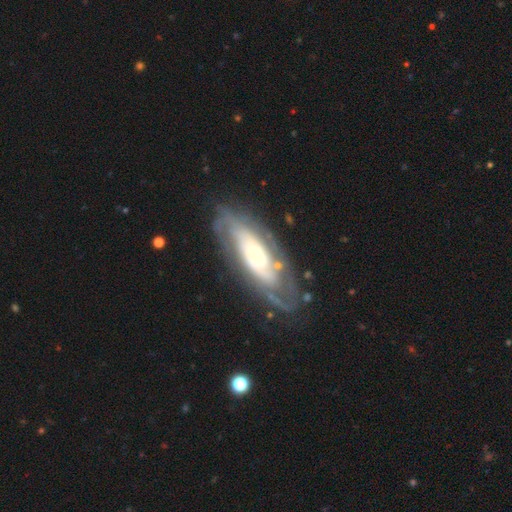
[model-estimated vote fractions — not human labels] Smooth or featured? featured or disk (78%)
Edge-on disk? no (88%)
Bar? no (74%)
Spiral arms? yes (85%)
Spiral winding? tight (62%)
Spiral arm count? can't tell (46%)
Bulge size? small (59%)
Merging? none (69%)